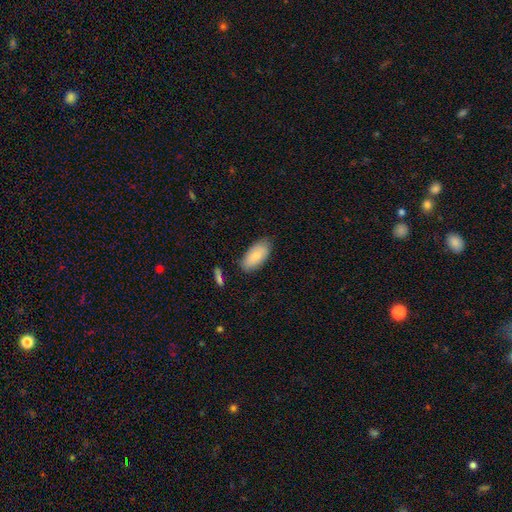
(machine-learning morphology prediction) A smooth galaxy with no disk features (83%) that is in between round and cigar-shaped (93%).

Vote fractions:
- Smooth or featured? smooth: 83% / featured or disk: 11% / star or artifact: 6%
- How rounded? in between: 93% / cigar-shaped: 5% / round: 2%
- Merging? none: 77% / minor disturbance: 17% / major disturbance: 3% / merger: 3%